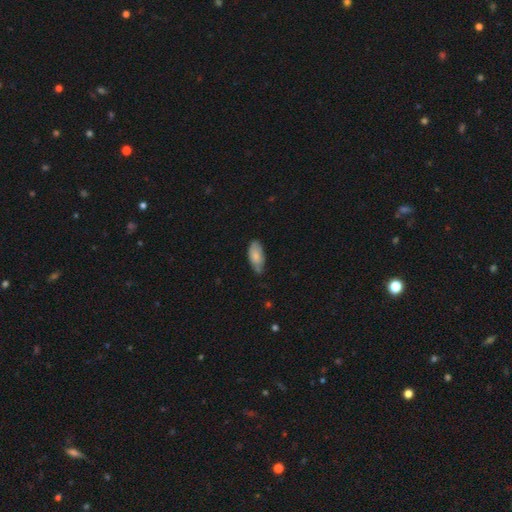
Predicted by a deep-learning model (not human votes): This appears to be a smooth galaxy with no disk features (77%) that is in between round and cigar-shaped (90%). Merging: none (59%).